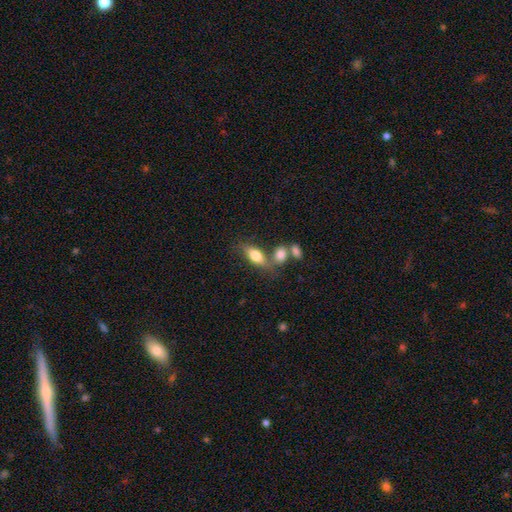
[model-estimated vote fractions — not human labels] Morphology: type=smooth (70%); roundness=in between (76%); merging=none (52%).